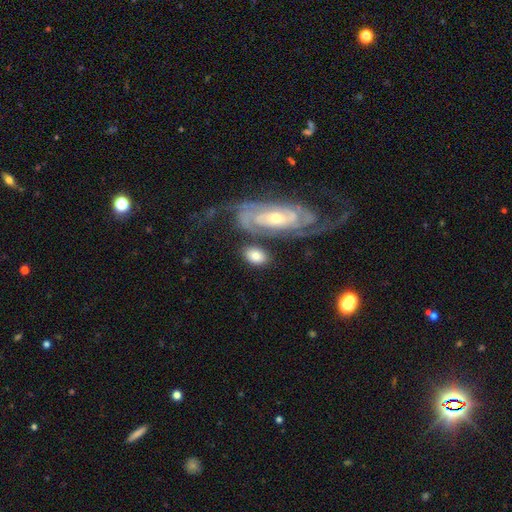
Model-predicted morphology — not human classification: smooth-or-featured: smooth: 64% | featured or disk: 29% | star or artifact: 6%
  how-rounded: in between: 83% | round: 15% | cigar-shaped: 3%
  merging: none: 59% | merger: 17% | minor disturbance: 16% | major disturbance: 7%